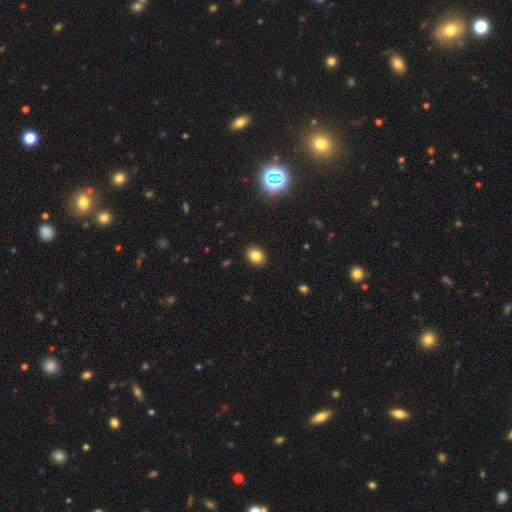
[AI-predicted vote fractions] Overall: smooth (81%). How rounded: in between (58%; round 41%). Merging: none (91%).